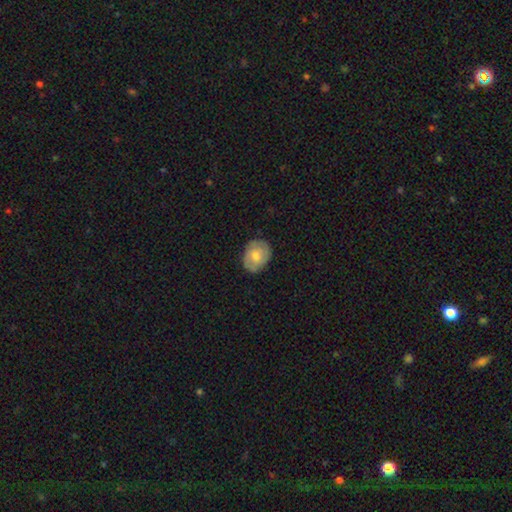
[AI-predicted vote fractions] This is possibly a smooth galaxy (51%). How rounded: possibly in between (50%). Merging: likely none (79%).